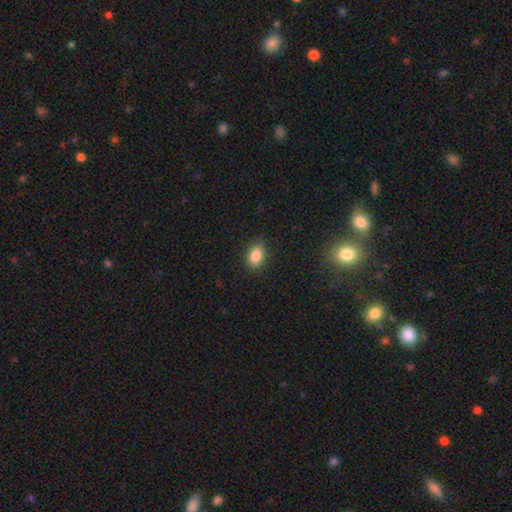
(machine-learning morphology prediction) type=smooth (86%); roundness=in between (82%); merging=none (87%).